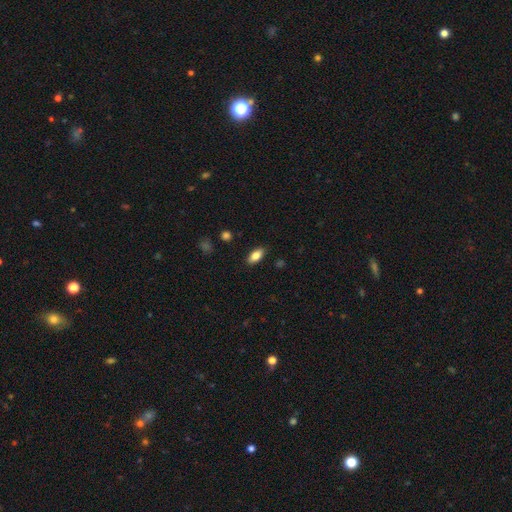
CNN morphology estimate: Q: Smooth or featured?
A: smooth (82%); runner-up: featured or disk (10%)
Q: How rounded?
A: in between (89%); runner-up: cigar-shaped (7%)
Q: Merging?
A: none (88%); runner-up: minor disturbance (9%)